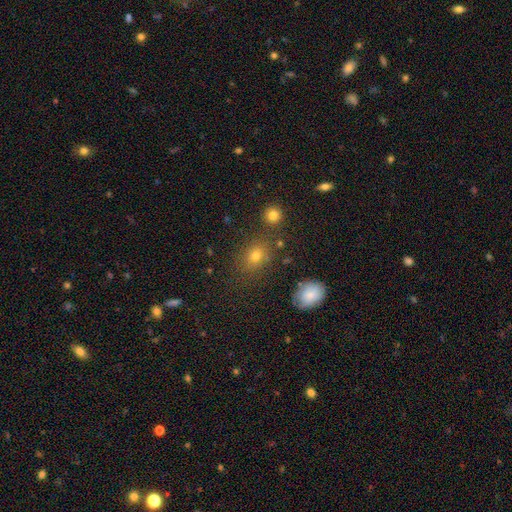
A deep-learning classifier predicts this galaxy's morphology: Q: Smooth or featured?
A: smooth (71%); runner-up: star or artifact (19%)
Q: How rounded?
A: in between (55%); runner-up: round (43%)
Q: Merging?
A: none (77%); runner-up: minor disturbance (12%)